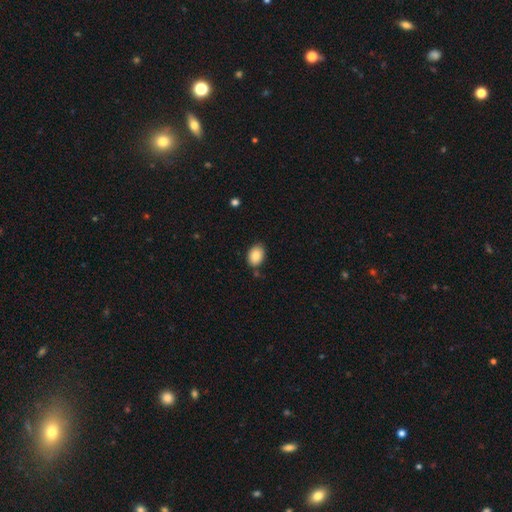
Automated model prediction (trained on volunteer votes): A smooth galaxy with no disk features (86%) that is in between round and cigar-shaped (79%).

Vote fractions:
- Smooth or featured? smooth: 86% / star or artifact: 8% / featured or disk: 7%
- How rounded? in between: 79% / round: 19% / cigar-shaped: 1%
- Merging? none: 79% / minor disturbance: 15% / merger: 3% / major disturbance: 3%